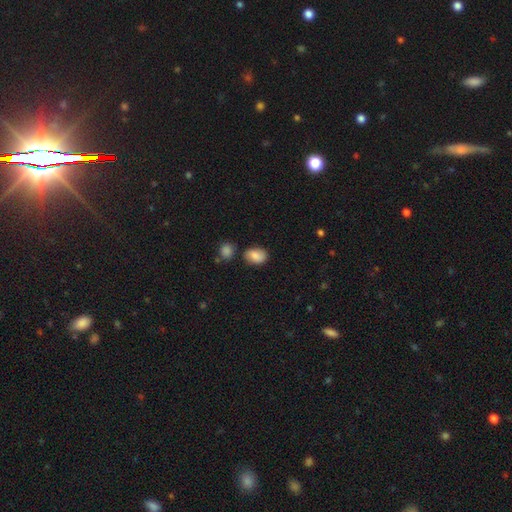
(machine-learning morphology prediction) Q: Smooth or featured?
A: smooth (85%); runner-up: star or artifact (8%)
Q: How rounded?
A: in between (77%); runner-up: round (22%)
Q: Merging?
A: none (73%); runner-up: minor disturbance (15%)